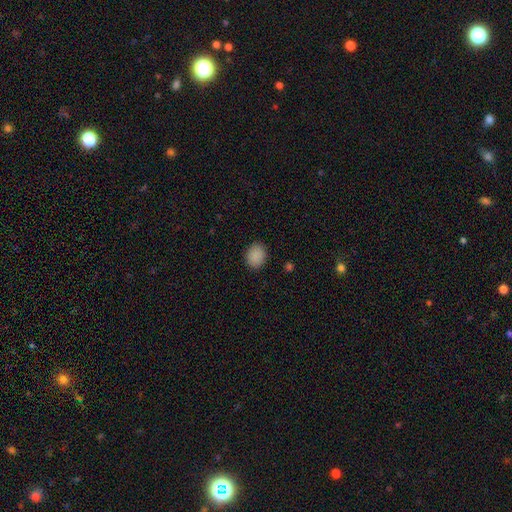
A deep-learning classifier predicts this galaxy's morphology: A smooth galaxy with no disk features (88%) that is round (53%). Merging: none (88%).